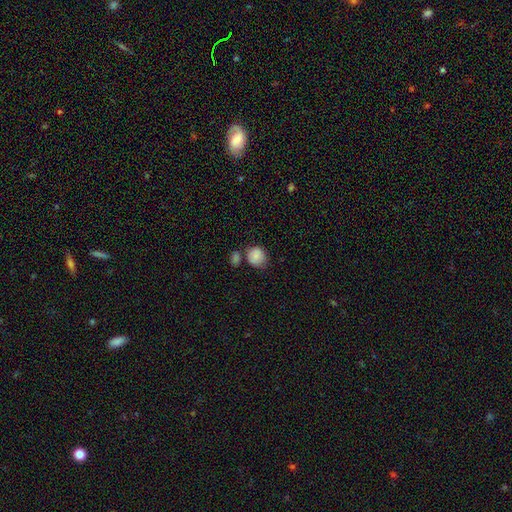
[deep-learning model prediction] Smooth or featured: smooth — 84% (star or artifact — 8%)
How rounded: round — 73% (in between — 26%)
Merging: none — 54% (minor disturbance — 20%)